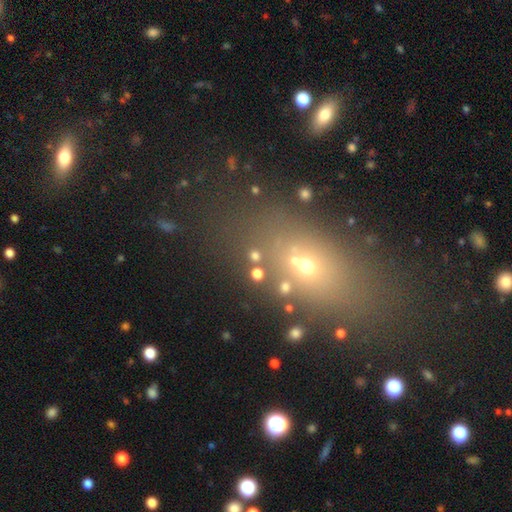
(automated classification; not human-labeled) A smooth galaxy with no disk features (50%).

Vote fractions:
- Smooth or featured? smooth: 50% / star or artifact: 32% / featured or disk: 18%
- Merging? none: 63% / merger: 17% / minor disturbance: 12% / major disturbance: 8%